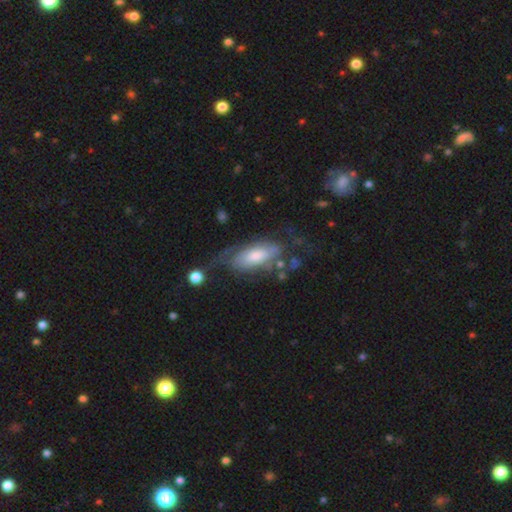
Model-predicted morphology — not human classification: Smooth or featured? Predicted: featured or disk (p=0.59). Edge-on disk? Predicted: no (p=0.86). Bar? Predicted: no (p=0.65). Spiral arms? Predicted: yes (p=0.75). Bulge size? Predicted: moderate (p=0.46). Merging? Predicted: none (p=0.44).